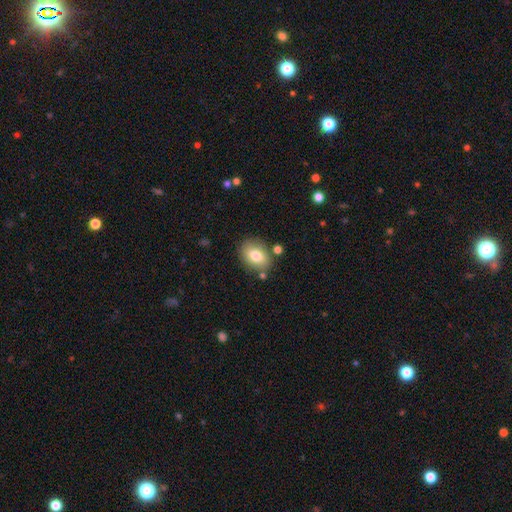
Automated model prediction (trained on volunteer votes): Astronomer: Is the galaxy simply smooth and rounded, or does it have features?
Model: smooth — 76%.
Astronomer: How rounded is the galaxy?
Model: in between — 68%.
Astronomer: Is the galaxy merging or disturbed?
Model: none — 79%.